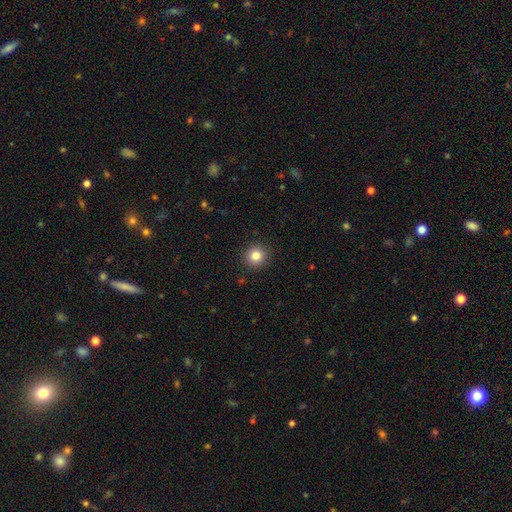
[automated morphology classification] A smooth galaxy with no disk features (83%) that is round (93%).

Vote fractions:
- Smooth or featured? smooth: 83% / star or artifact: 11% / featured or disk: 6%
- How rounded? round: 93% / in between: 6% / cigar-shaped: 1%
- Merging? none: 91% / minor disturbance: 6% / major disturbance: 2% / merger: 1%